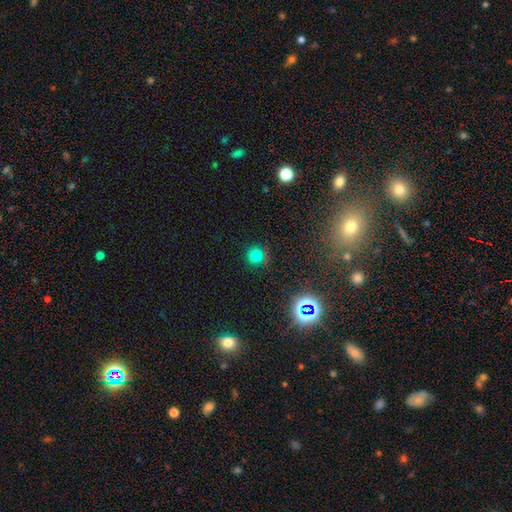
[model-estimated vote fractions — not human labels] Smooth or featured? smooth (73%)
How rounded? round (94%)
Merging? none (83%)